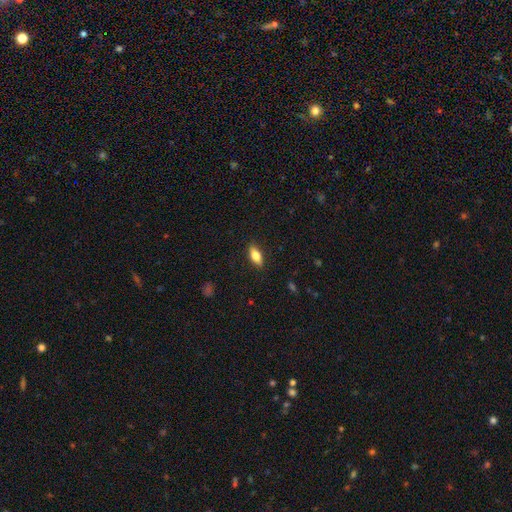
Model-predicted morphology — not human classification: This is likely a smooth galaxy (72%). How rounded: likely in between (80%). Merging: clearly none (88%).